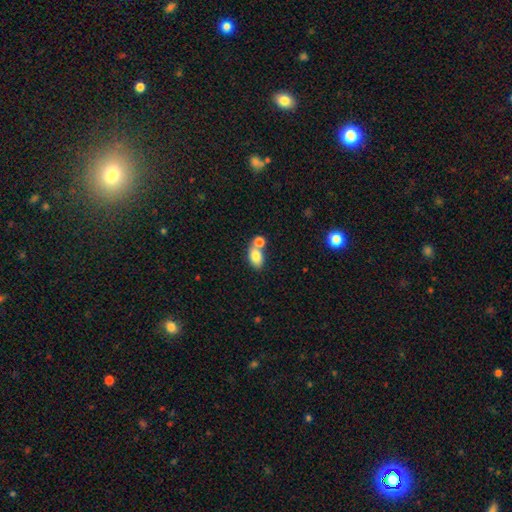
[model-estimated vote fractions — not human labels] smooth 80%, featured or disk 12%, star or artifact 8%. Down the decision tree: how rounded — in between (85%); merging — none (44%).